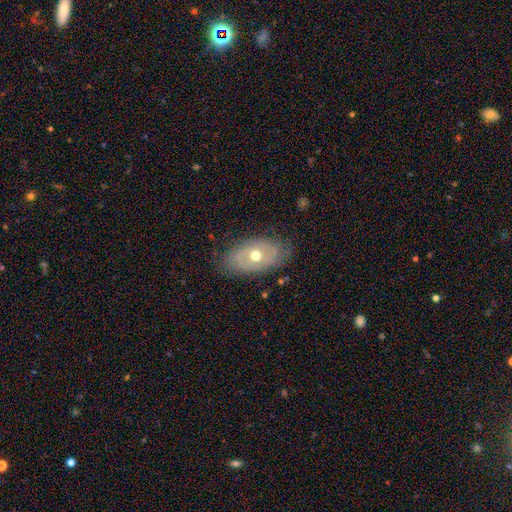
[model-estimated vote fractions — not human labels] smooth-or-featured: featured or disk: 54% | smooth: 39% | star or artifact: 7%
  disk-edge-on: no: 87% | yes: 13%
  merging: none: 75% | minor disturbance: 18% | major disturbance: 5% | merger: 1%